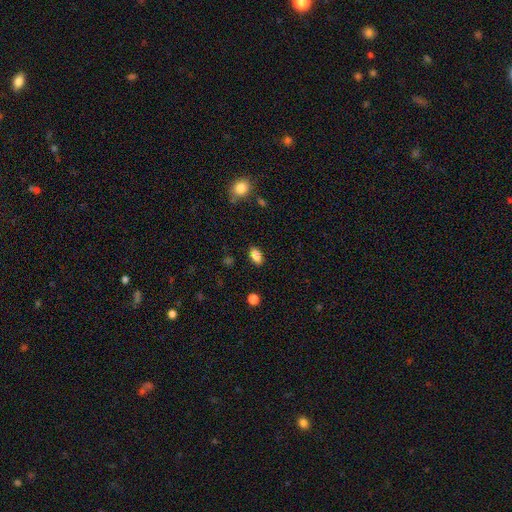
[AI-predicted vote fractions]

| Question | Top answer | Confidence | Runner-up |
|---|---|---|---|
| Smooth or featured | smooth | 86% | star or artifact (9%) |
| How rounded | in between | 90% | round (6%) |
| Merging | none | 87% | minor disturbance (9%) |